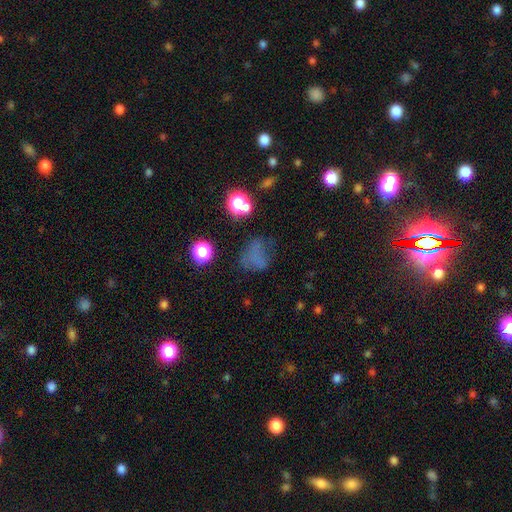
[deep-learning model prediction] A smooth galaxy with no disk features (52%) that is round (51%).

Vote fractions:
- Smooth or featured? smooth: 52% / star or artifact: 29% / featured or disk: 19%
- How rounded? round: 51% / in between: 47% / cigar-shaped: 2%
- Merging? none: 47% / major disturbance: 25% / minor disturbance: 22% / merger: 6%